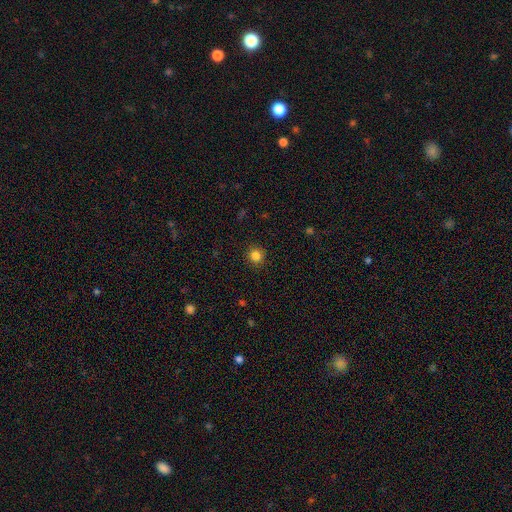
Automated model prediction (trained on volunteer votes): Morphology: type=smooth (84%); roundness=round (91%); merging=none (90%).